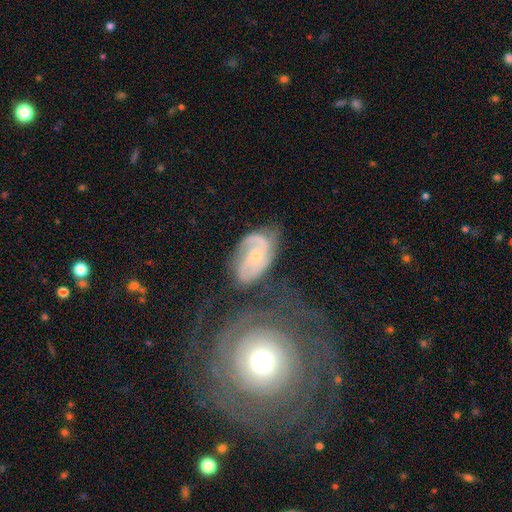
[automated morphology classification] This is likely a featured or disk galaxy (80%). It is clearly not viewed edge-on (96%). Bar: likely no (60%). Spiral arm pattern: clearly yes (94%). Spiral arm count: possibly 2 (60%). Spiral winding: marginally medium (42%). Central bulge: likely small (69%). Merging: possibly none (48%).